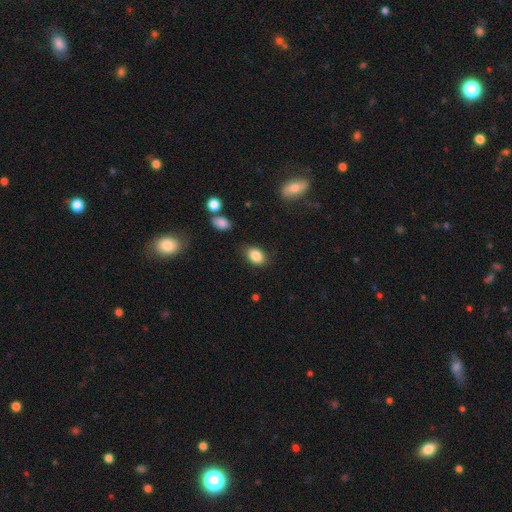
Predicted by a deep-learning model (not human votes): Smooth or featured? Predicted: smooth (p=0.86). How rounded? Predicted: in between (p=0.83). Merging? Predicted: none (p=0.81).